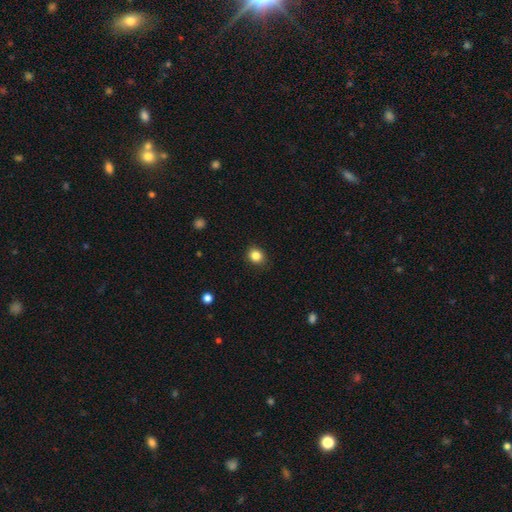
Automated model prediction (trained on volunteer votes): Morphology: type=smooth (84%); roundness=round (77%); merging=none (89%).